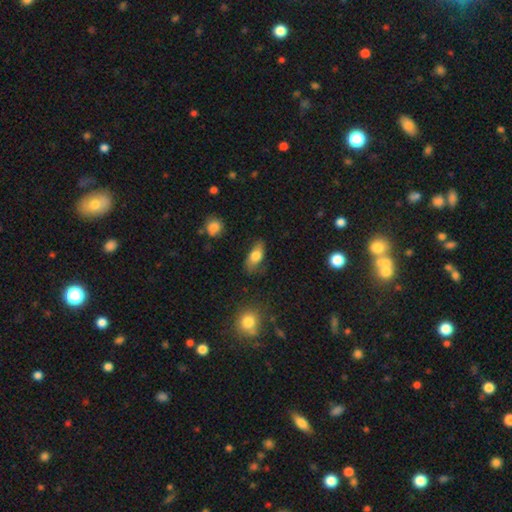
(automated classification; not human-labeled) A smooth galaxy with no disk features (74%) that is in between round and cigar-shaped (84%).

Vote fractions:
- Smooth or featured? smooth: 74% / featured or disk: 18% / star or artifact: 8%
- How rounded? in between: 84% / cigar-shaped: 10% / round: 6%
- Merging? none: 70% / minor disturbance: 22% / major disturbance: 6% / merger: 2%